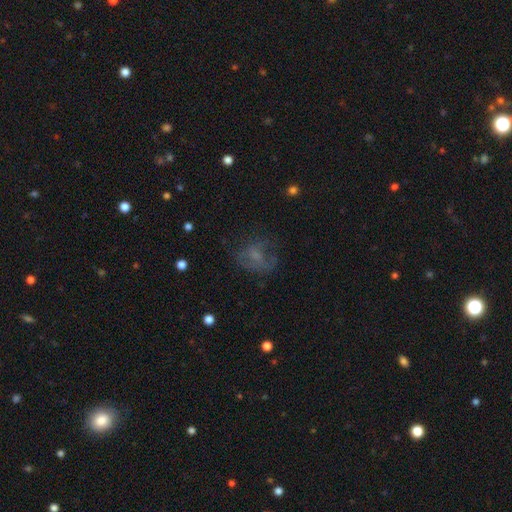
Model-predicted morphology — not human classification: This is possibly a smooth galaxy (47%). Merging: possibly none (46%).